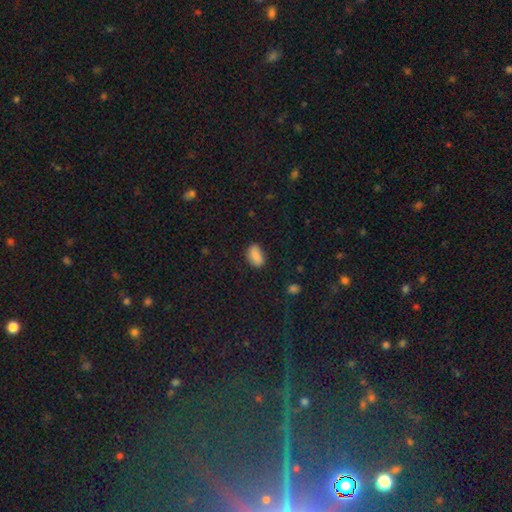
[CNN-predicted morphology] smooth_or_featured: smooth (p=0.85) [alt: star or artifact p=0.08]
how_rounded: in between (p=0.89) [alt: round p=0.09]
merging: none (p=0.80) [alt: minor disturbance p=0.15]